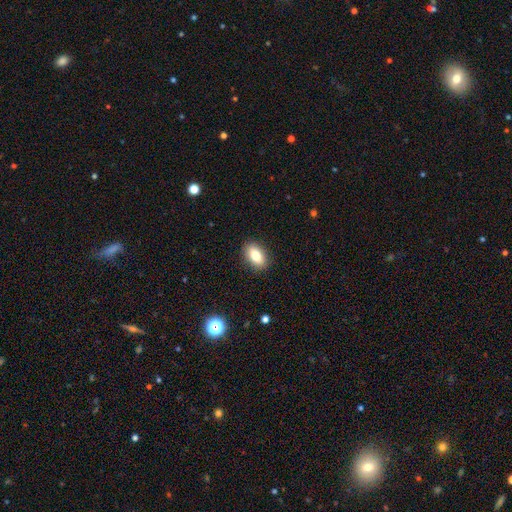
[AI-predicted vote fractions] Overall: smooth (82%). How rounded: in between (89%). Merging: none (89%).